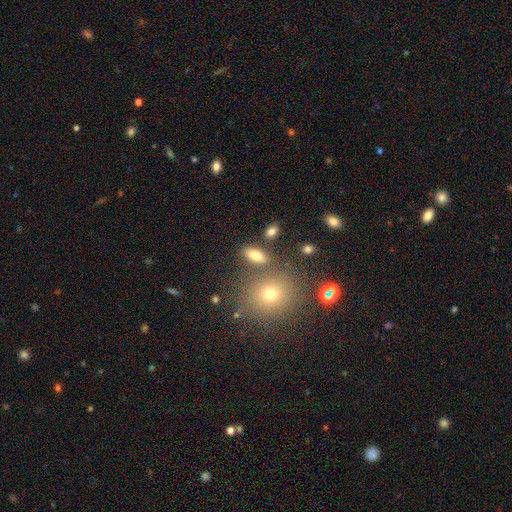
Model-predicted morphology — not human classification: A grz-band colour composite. It shows a smooth galaxy with no disk features (77%) that is in between round and cigar-shaped (80%). Merging: none (78%).